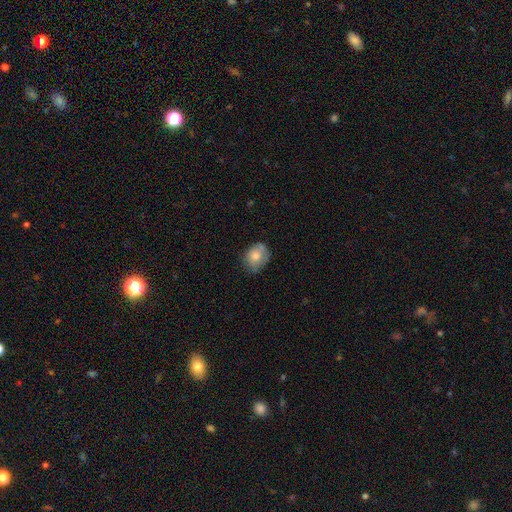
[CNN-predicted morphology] The model was most divided on "how rounded": in between: 51%, round: 48%, cigar-shaped: 1%. More confident: smooth or featured — smooth (73%); merging — none (59%).